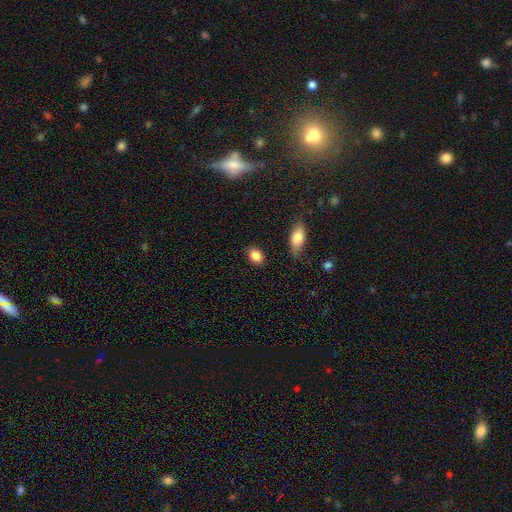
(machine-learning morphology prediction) Smooth or featured?
  - smooth: 87% *
  - star or artifact: 8%
  - featured or disk: 5%
How rounded?
  - in between: 69% *
  - round: 29%
  - cigar-shaped: 2%
Merging?
  - none: 85% *
  - minor disturbance: 10%
  - major disturbance: 2%
  - merger: 2%